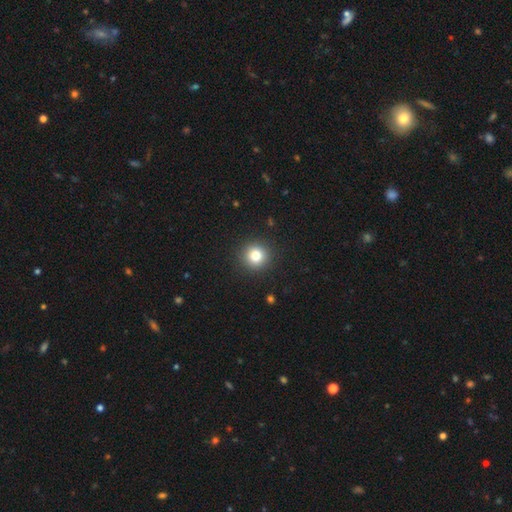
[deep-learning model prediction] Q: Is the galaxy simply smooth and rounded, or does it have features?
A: smooth — 80%.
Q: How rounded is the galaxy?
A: round — 94%.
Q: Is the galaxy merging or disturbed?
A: none — 92%.